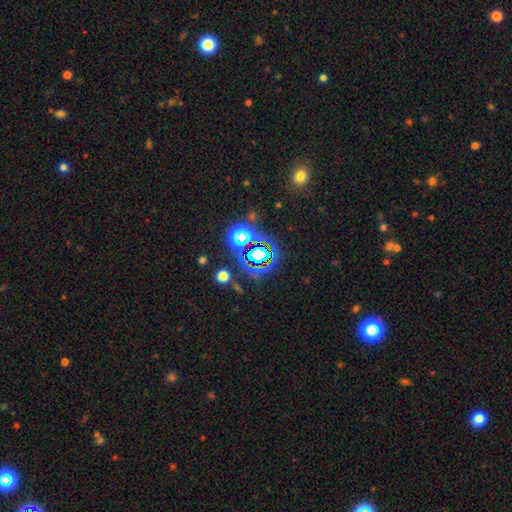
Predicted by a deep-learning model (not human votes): Morphology: type=star or artifact (74%).